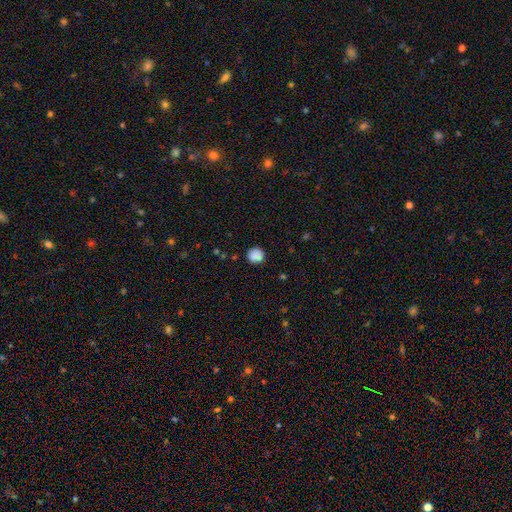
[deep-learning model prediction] smooth 87%, star or artifact 10%, featured or disk 3%. Down the decision tree: how rounded — round (89%); merging — none (87%).